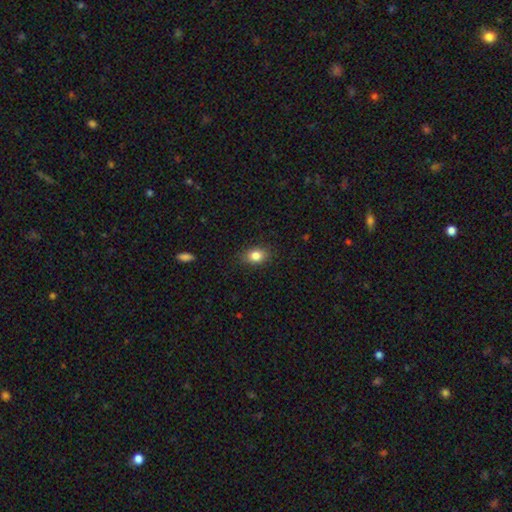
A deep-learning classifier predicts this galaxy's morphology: Q: Smooth or featured?
A: smooth (84%); runner-up: star or artifact (9%)
Q: How rounded?
A: in between (73%); runner-up: round (25%)
Q: Merging?
A: none (85%); runner-up: minor disturbance (11%)